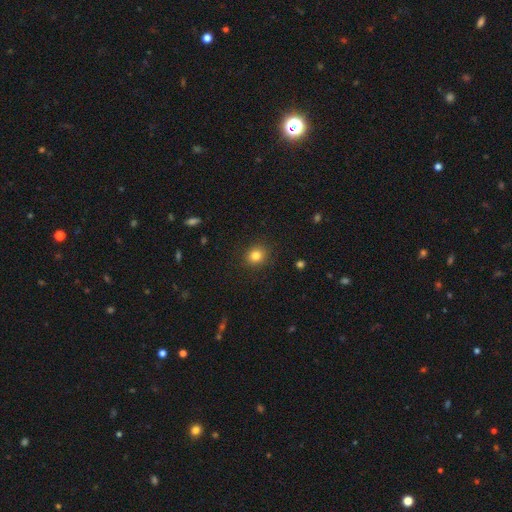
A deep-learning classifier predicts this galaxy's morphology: Smooth or featured?
  - smooth: 83% *
  - star or artifact: 12%
  - featured or disk: 6%
How rounded?
  - round: 80% *
  - in between: 19%
  - cigar-shaped: 1%
Merging?
  - none: 90% *
  - minor disturbance: 7%
  - major disturbance: 2%
  - merger: 1%